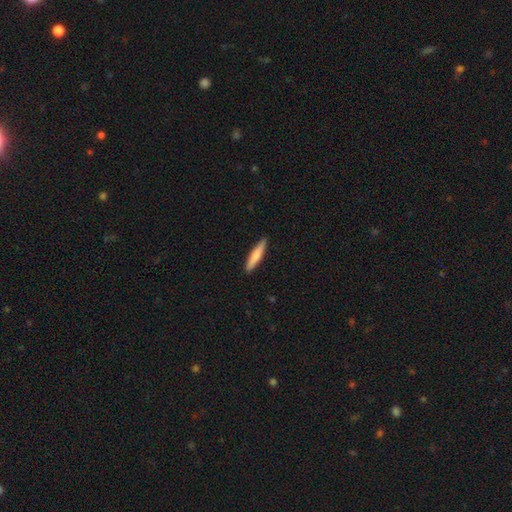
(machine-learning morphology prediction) Smooth or featured? Predicted: smooth (p=0.72). How rounded? Predicted: cigar-shaped (p=0.90). Merging? Predicted: none (p=0.91).